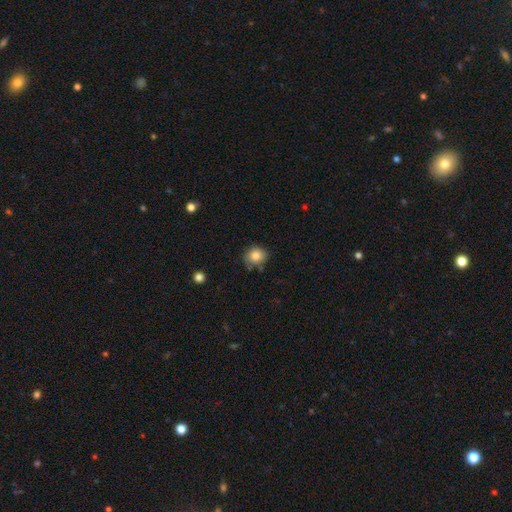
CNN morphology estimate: Smooth or featured? Predicted: smooth (p=0.83). How rounded? Predicted: round (p=0.81). Merging? Predicted: none (p=0.74).